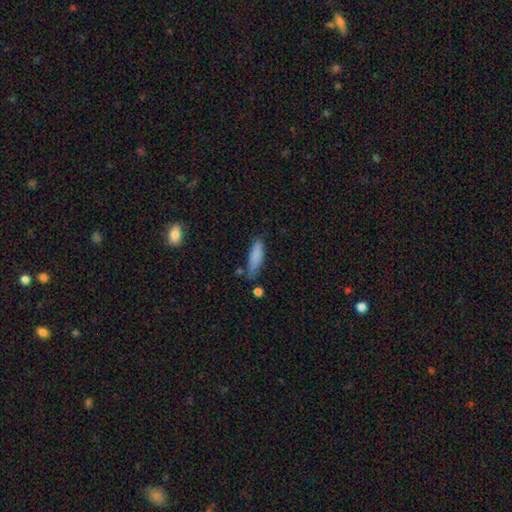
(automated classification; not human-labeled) smooth_or_featured: smooth (p=0.84) [alt: featured or disk p=0.09]
how_rounded: cigar-shaped (p=0.54) [alt: in between p=0.44]
merging: none (p=0.64) [alt: minor disturbance p=0.25]